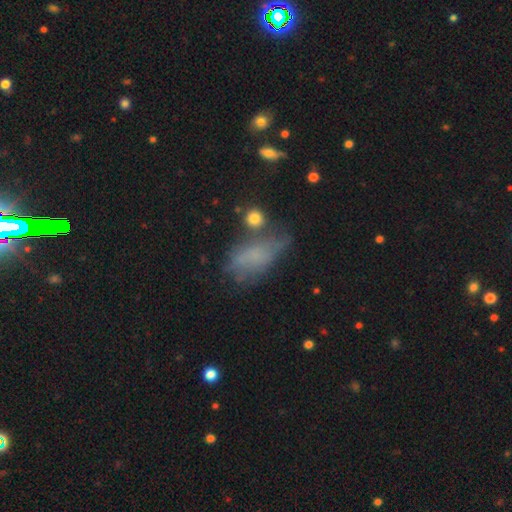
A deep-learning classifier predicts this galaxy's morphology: smooth-or-featured: smooth: 56% | featured or disk: 29% | star or artifact: 14%
  how-rounded: in between: 82% | cigar-shaped: 9% | round: 9%
  merging: none: 36% | minor disturbance: 30% | major disturbance: 24% | merger: 9%